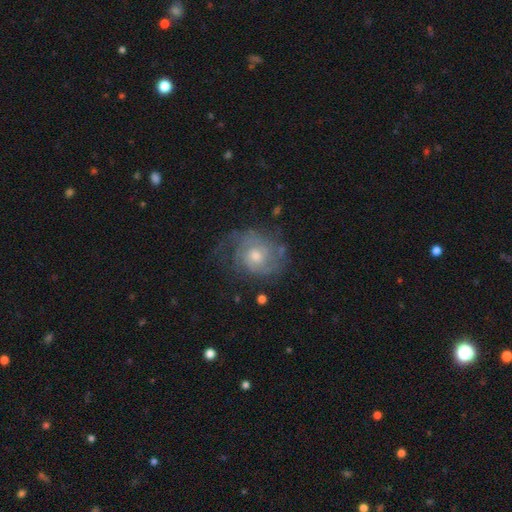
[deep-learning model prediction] smooth-or-featured: featured or disk: 77% | smooth: 16% | star or artifact: 7%
  disk-edge-on: no: 97% | yes: 3%
    bar: no: 73% | weak: 24% | strong: 3%
    has-spiral-arms: yes: 90% | no: 10%
      spiral-winding: tight: 54% | medium: 34% | loose: 12%
      spiral-arm-count: 2: 43% | can't tell: 31% | 3: 11% | 1: 8% | 4: 4% | more than 4: 3%
    bulge-size: moderate: 66% | small: 26% | large: 6% | none: 2% | dominant: 1%
  merging: none: 63% | minor disturbance: 21% | major disturbance: 14% | merger: 2%